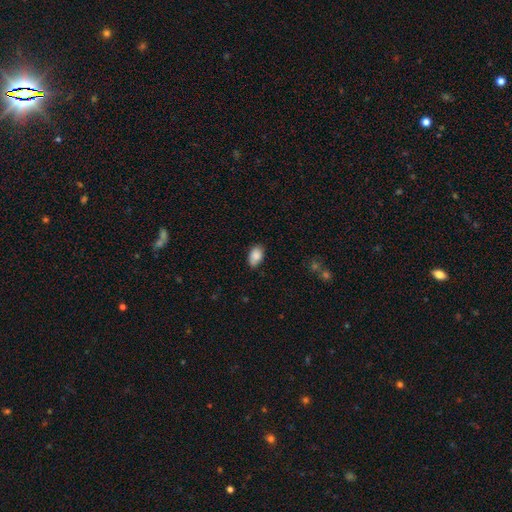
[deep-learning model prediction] Smooth or featured? Predicted: smooth (p=0.87). How rounded? Predicted: in between (p=0.92). Merging? Predicted: none (p=0.76).